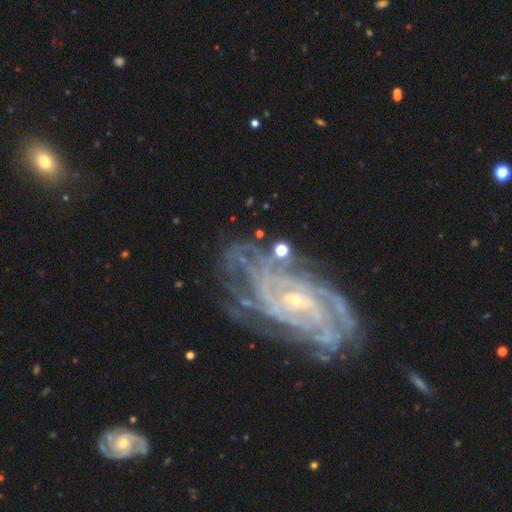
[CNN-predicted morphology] A featured or disk galaxy (89%) with no bar (46%), tight (72%) spiral arms (97%) and a small central bulge (77%). Merging: none (67%).